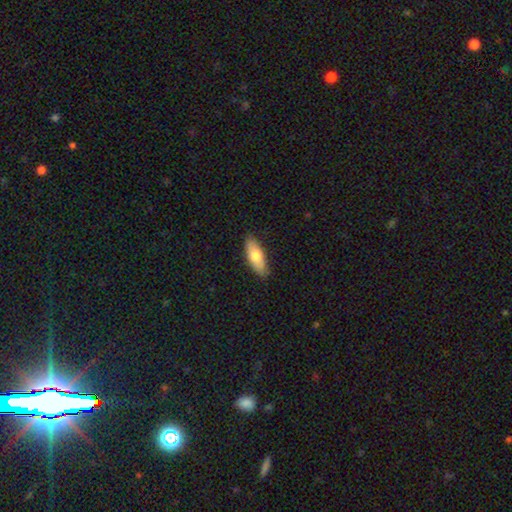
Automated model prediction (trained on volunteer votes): Smooth or featured? smooth (72%)
How rounded? in between (71%)
Merging? none (86%)